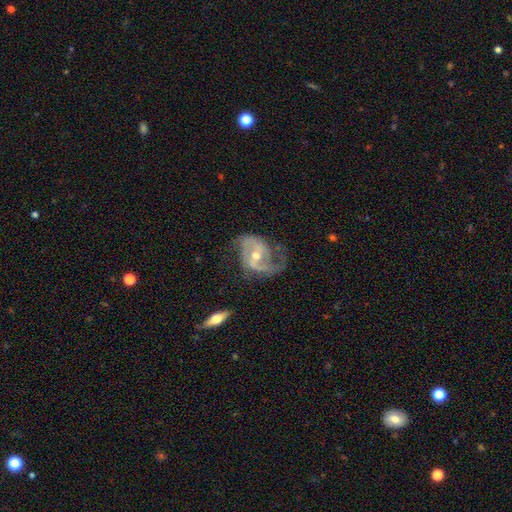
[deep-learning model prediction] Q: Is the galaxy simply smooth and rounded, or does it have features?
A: featured or disk — 87%.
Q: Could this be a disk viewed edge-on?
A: no — 96%.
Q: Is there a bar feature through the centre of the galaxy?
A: weak — 42%.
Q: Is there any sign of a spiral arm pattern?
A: yes — 94%.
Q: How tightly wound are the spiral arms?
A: medium — 48%.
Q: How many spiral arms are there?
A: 2 — 79%.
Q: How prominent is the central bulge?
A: moderate — 60%.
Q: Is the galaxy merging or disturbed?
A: none — 55%.